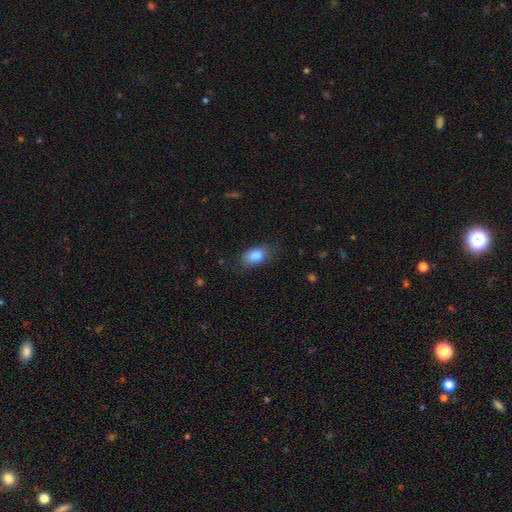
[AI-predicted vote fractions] The model was most divided on "merging": none: 72%, minor disturbance: 20%, major disturbance: 7%, merger: 1%. More confident: smooth or featured — smooth (87%); how rounded — in between (87%).